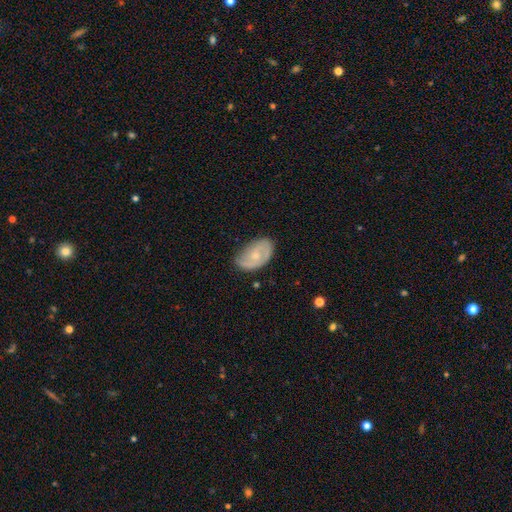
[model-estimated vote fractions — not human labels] A featured or disk galaxy (56%) with no bar (70%), spiral arms (74%) and a small central bulge (61%). Merging: none (60%).